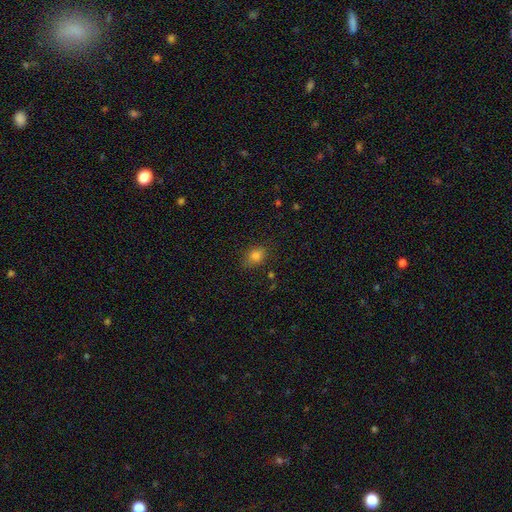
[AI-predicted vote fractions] Overall: smooth (80%). How rounded: in between (60%; round 39%). Merging: none (76%).